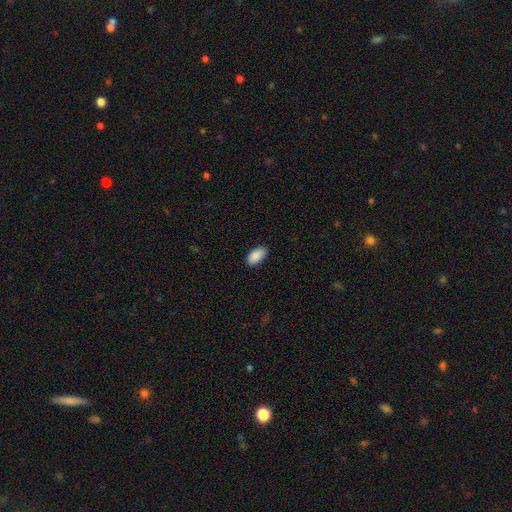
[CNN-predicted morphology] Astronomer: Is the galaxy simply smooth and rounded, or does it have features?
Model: smooth — 90%.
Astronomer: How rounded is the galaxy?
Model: in between — 95%.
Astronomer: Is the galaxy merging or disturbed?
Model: none — 88%.